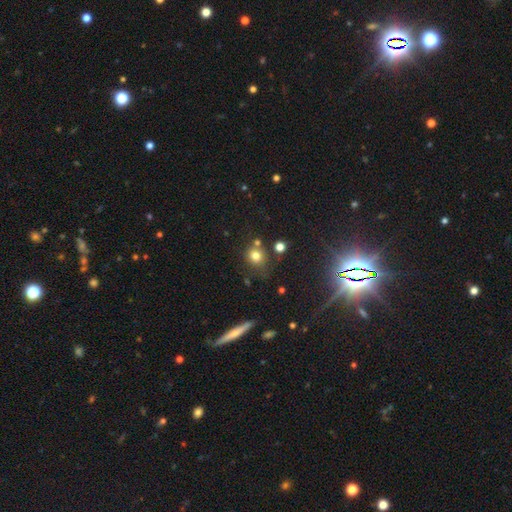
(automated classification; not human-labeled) A smooth galaxy with no disk features (76%) that is round (82%). Merging: none (66%).